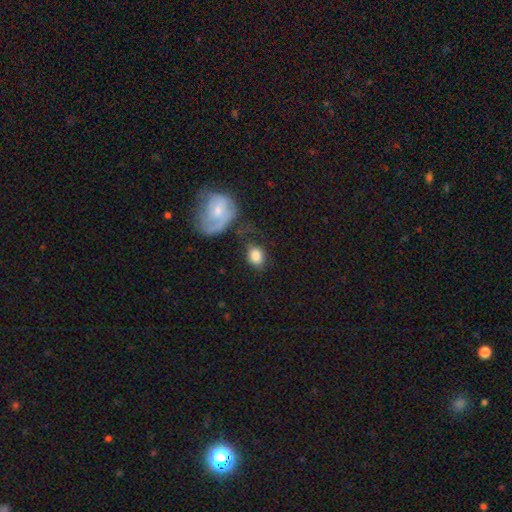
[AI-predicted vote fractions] Overall: smooth (80%). How rounded: in between (69%; round 30%). Merging: none (57%; minor disturbance 22%).